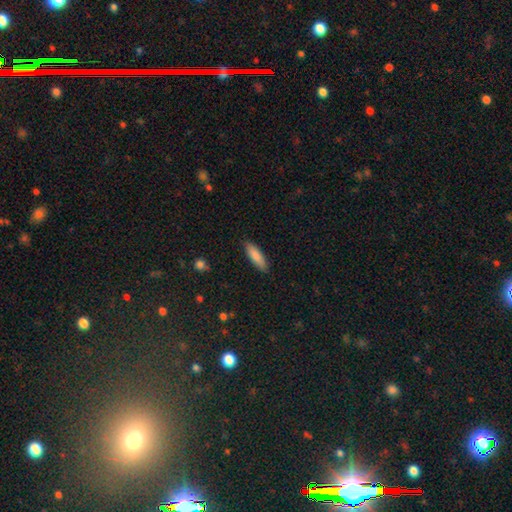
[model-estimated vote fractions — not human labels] Morphology: type=smooth (85%); roundness=cigar-shaped (54%); merging=none (87%).